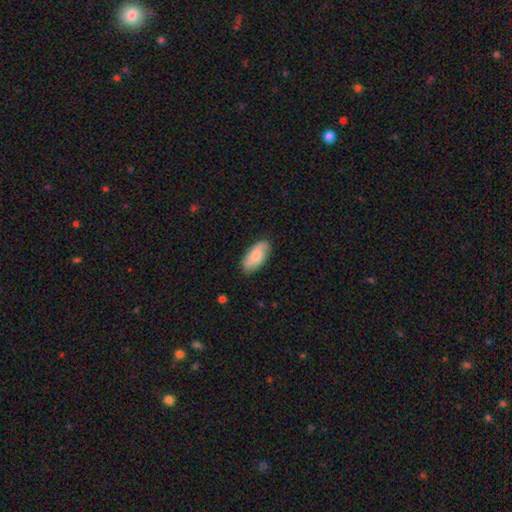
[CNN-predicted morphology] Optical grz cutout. It shows a smooth galaxy with no disk features (65%) that is in between round and cigar-shaped (91%). Merging: none (83%).